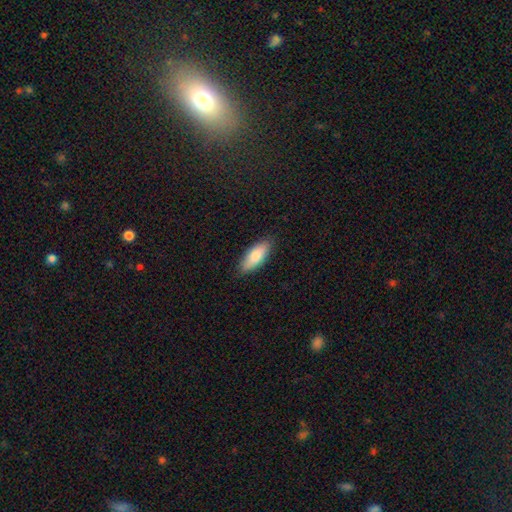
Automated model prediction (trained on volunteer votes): Smooth or featured: smooth — 81% (featured or disk — 13%)
How rounded: in between — 76% (cigar-shaped — 22%)
Merging: none — 85% (minor disturbance — 12%)